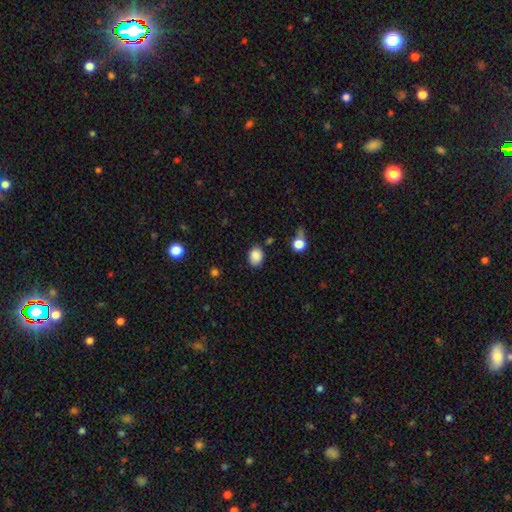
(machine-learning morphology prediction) Smooth or featured? Predicted: smooth (p=0.86). How rounded? Predicted: in between (p=0.61). Merging? Predicted: none (p=0.78).